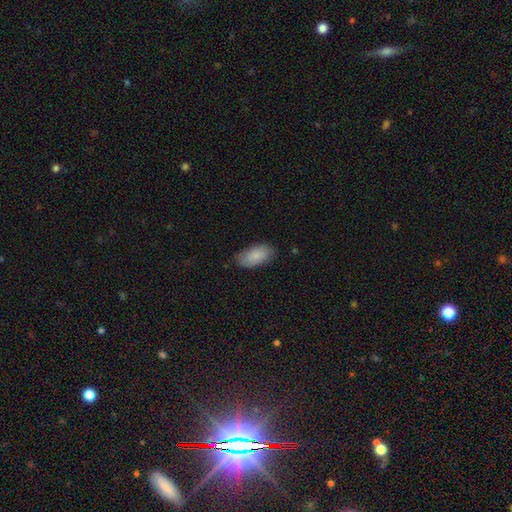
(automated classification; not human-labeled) This is clearly a smooth galaxy (85%). How rounded: clearly in between (94%). Merging: likely none (78%).